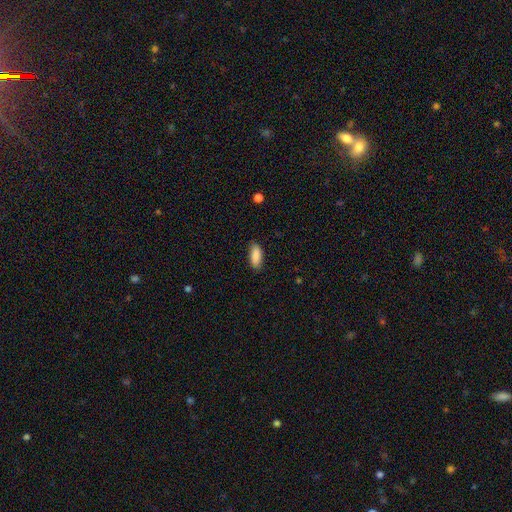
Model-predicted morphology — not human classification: This appears to be a smooth galaxy with no disk features (89%) that is in between round and cigar-shaped (79%). Merging: none (84%).